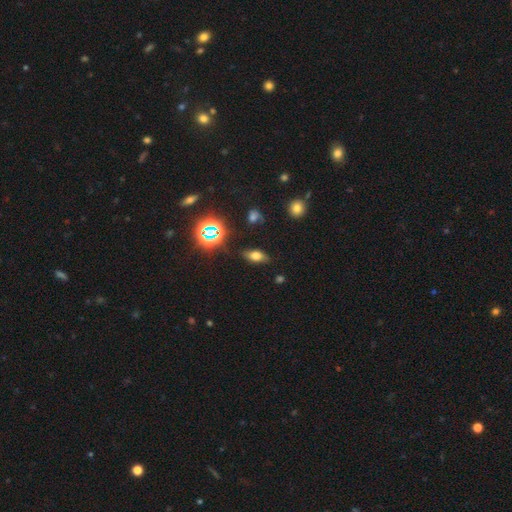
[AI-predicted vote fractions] Smooth or featured: smooth — 62% (star or artifact — 20%)
How rounded: in between — 77% (cigar-shaped — 14%)
Merging: none — 82% (minor disturbance — 13%)